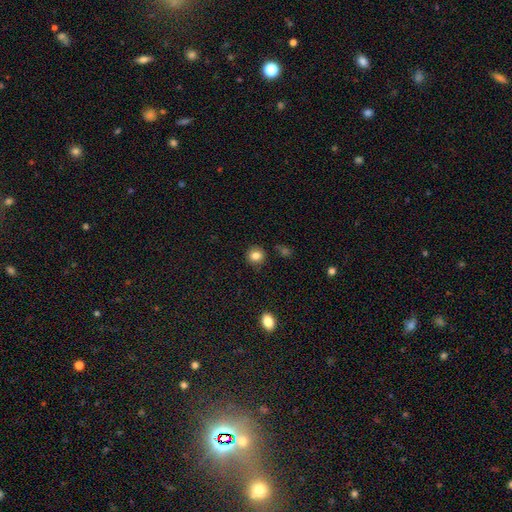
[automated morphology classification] A smooth galaxy with no disk features (83%) that is round (87%). Merging: none (87%).